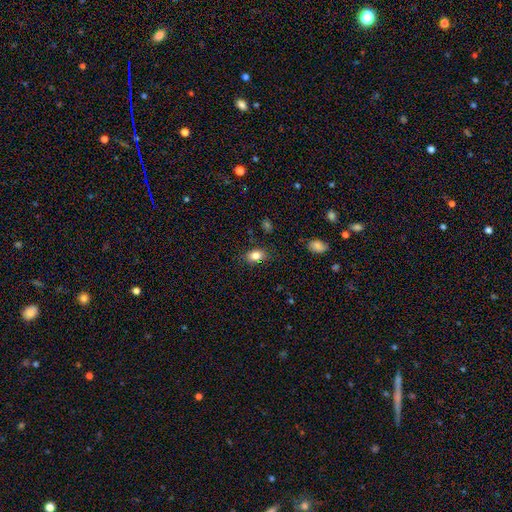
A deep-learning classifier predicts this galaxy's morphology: smooth 83%, star or artifact 10%, featured or disk 7%. Down the decision tree: how rounded — in between (78%); merging — none (83%).